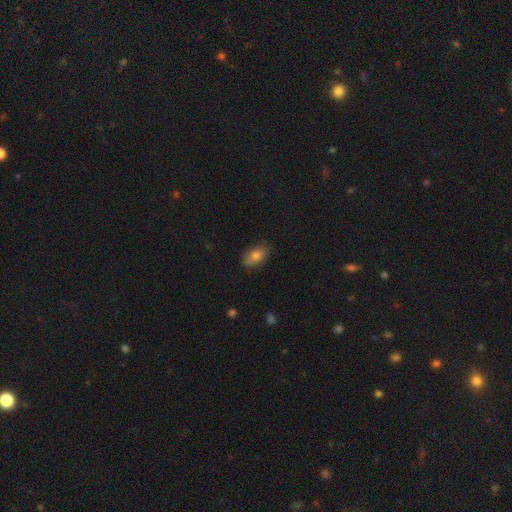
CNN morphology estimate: Smooth or featured: smooth — 78% (featured or disk — 14%)
How rounded: in between — 89% (round — 9%)
Merging: none — 80% (minor disturbance — 16%)